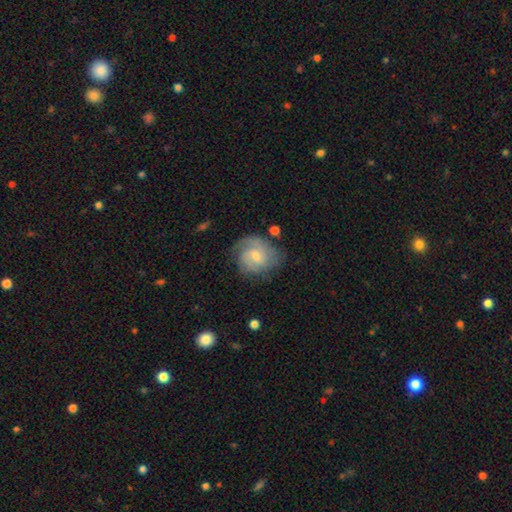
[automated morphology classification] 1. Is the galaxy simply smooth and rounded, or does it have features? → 63% featured or disk, 30% smooth, 7% star or artifact.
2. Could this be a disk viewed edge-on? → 97% no, 3% yes.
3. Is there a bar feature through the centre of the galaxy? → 48% weak, 45% no, 7% strong.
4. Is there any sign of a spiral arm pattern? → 87% yes, 13% no.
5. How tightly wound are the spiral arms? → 45% tight, 40% medium, 16% loose.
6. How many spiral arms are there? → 35% can't tell, 32% 2, 17% 3, 8% 1, 5% 4, 4% more than 4.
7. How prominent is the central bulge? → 54% small, 36% moderate, 7% none, 3% large, 1% dominant.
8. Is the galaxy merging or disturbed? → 63% none, 23% minor disturbance, 12% major disturbance, 3% merger.